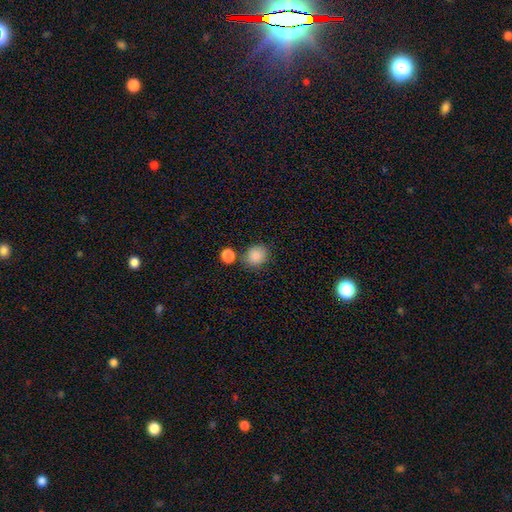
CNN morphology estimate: The model was most divided on "how rounded": round: 79%, in between: 20%, cigar-shaped: 1%. More confident: smooth or featured — smooth (87%); merging — none (73%).